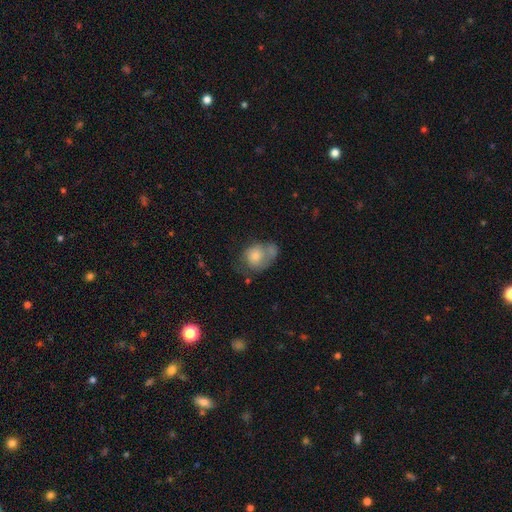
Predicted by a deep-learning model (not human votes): A smooth galaxy with no disk features (71%) that is round (53%).

Vote fractions:
- Smooth or featured? smooth: 71% / featured or disk: 21% / star or artifact: 8%
- How rounded? round: 53% / in between: 46% / cigar-shaped: 1%
- Merging? merger: 37% / none: 27% / minor disturbance: 20% / major disturbance: 16%